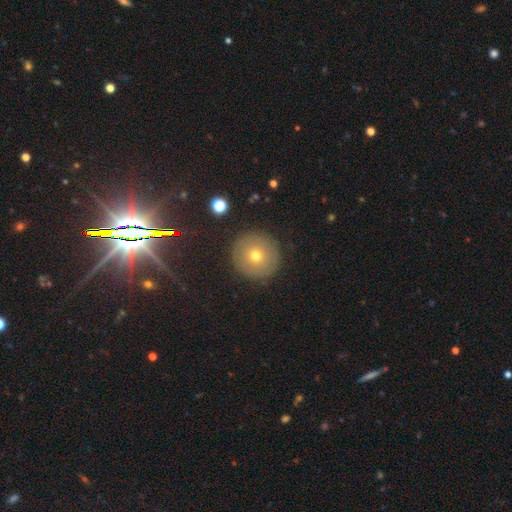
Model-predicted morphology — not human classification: type=smooth (59%); roundness=round (95%); merging=none (91%).